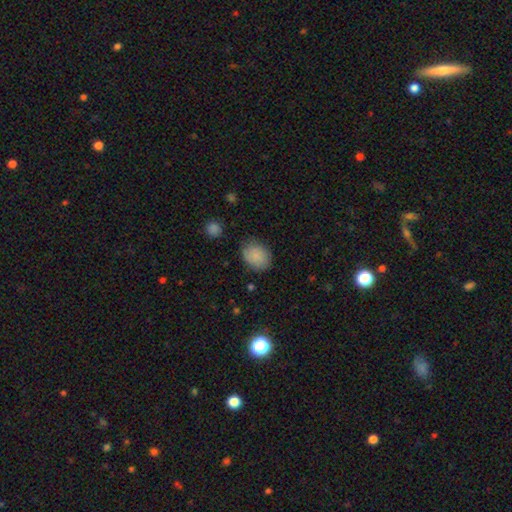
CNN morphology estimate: smooth 86%, star or artifact 8%, featured or disk 6%. Down the decision tree: how rounded — in between (58%); merging — none (77%).